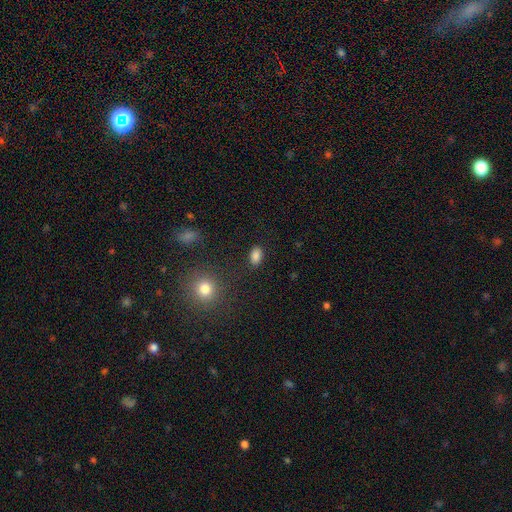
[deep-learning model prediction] Overall: smooth (85%). How rounded: in between (88%). Merging: none (85%).